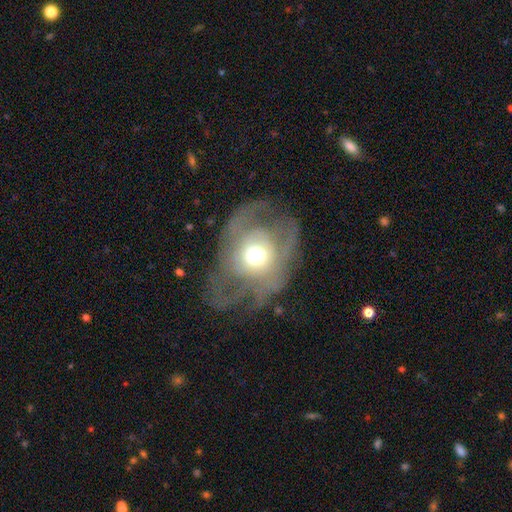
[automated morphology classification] A featured or disk galaxy (64%) with no bar (82%), spiral arms (56%) and a moderate central bulge (61%). Merging: major disturbance (49%).